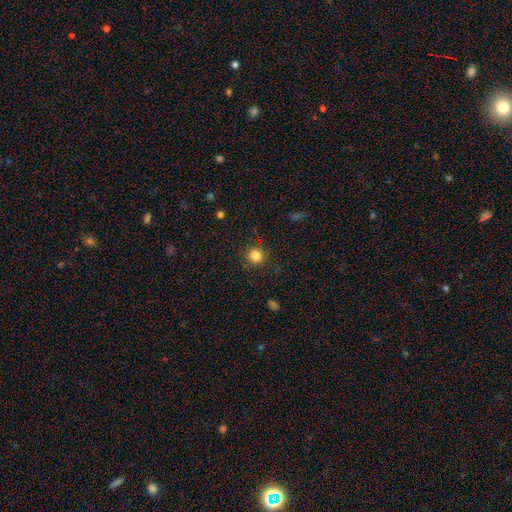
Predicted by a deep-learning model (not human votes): Morphology: type=smooth (83%); roundness=round (94%); merging=none (90%).